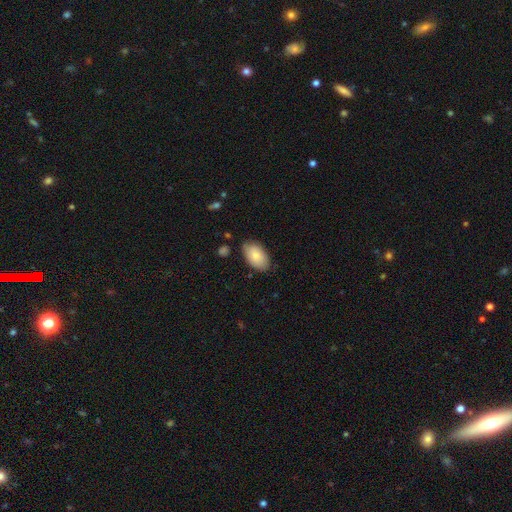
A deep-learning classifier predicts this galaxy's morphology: Smooth or featured: smooth — 82% (featured or disk — 12%)
How rounded: in between — 94% (round — 4%)
Merging: none — 79% (minor disturbance — 17%)